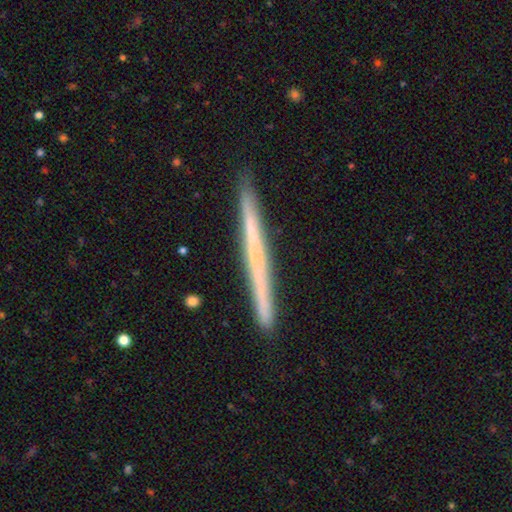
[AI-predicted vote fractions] A featured or disk galaxy (53%) viewed edge-on (97%) with no central bulge (90%).

Vote fractions:
- Smooth or featured? featured or disk: 53% / smooth: 41% / star or artifact: 6%
- Edge-on disk? yes: 97% / no: 3%
- Edge-on bulge? none: 90% / rounded: 7% / boxy: 3%
- Merging? none: 91% / minor disturbance: 6% / major disturbance: 1% / merger: 1%